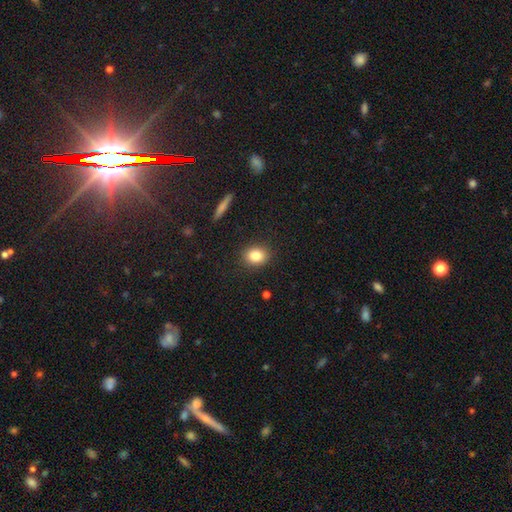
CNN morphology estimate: smooth_or_featured: smooth (p=0.84) [alt: star or artifact p=0.10]
how_rounded: round (p=0.51) [alt: in between p=0.47]
merging: none (p=0.89) [alt: minor disturbance p=0.08]